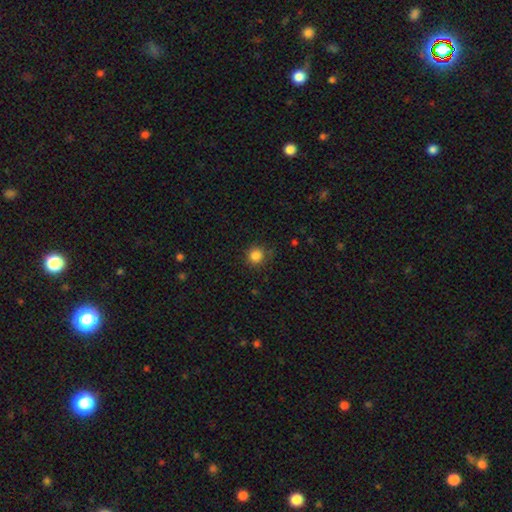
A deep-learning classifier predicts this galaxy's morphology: smooth 84%, star or artifact 12%, featured or disk 4%. Down the decision tree: how rounded — round (93%); merging — none (83%).